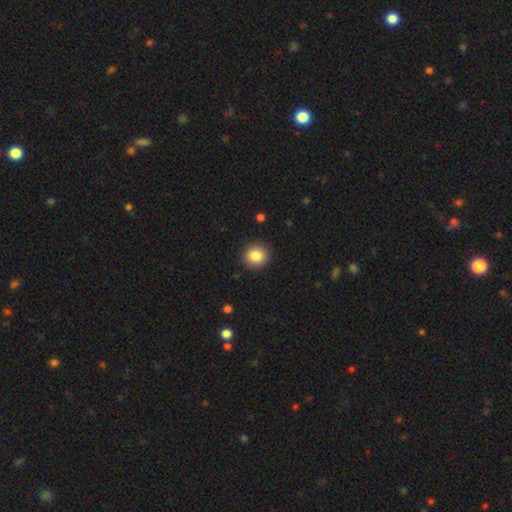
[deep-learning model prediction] smooth-or-featured: smooth: 85% | star or artifact: 10% | featured or disk: 6%
  how-rounded: round: 90% | in between: 9% | cigar-shaped: 1%
  merging: none: 91% | minor disturbance: 6% | major disturbance: 2% | merger: 1%